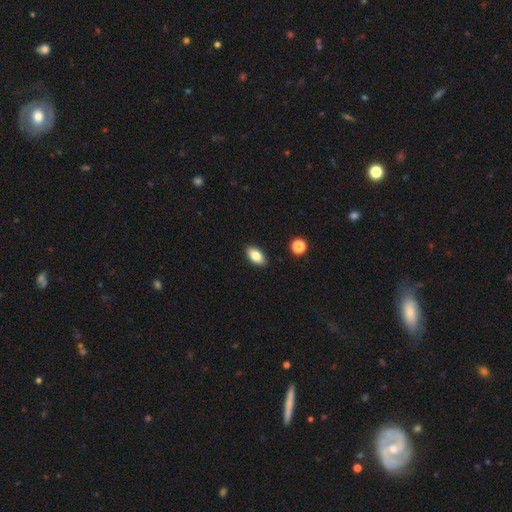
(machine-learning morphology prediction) smooth-or-featured: smooth: 82% | featured or disk: 10% | star or artifact: 8%
  how-rounded: in between: 91% | round: 5% | cigar-shaped: 4%
  merging: none: 89% | minor disturbance: 8% | major disturbance: 2% | merger: 1%